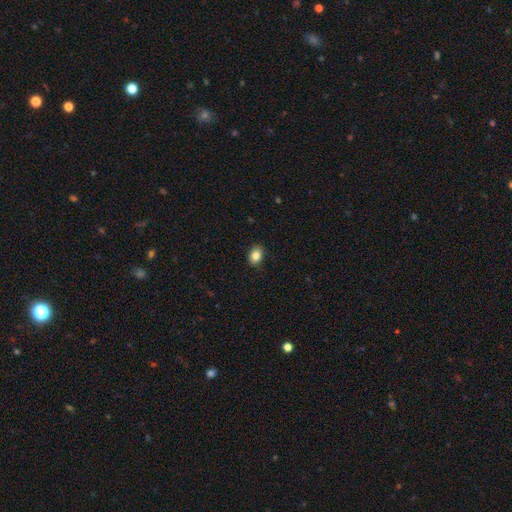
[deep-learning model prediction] Smooth or featured? smooth (85%)
How rounded? in between (72%)
Merging? none (89%)